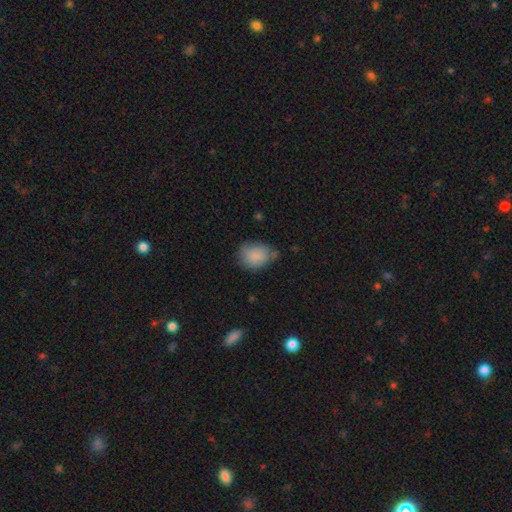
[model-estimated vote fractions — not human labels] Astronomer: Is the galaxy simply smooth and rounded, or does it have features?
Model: smooth — 85%.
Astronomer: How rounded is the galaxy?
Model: in between — 61% (runner-up: round, 37%).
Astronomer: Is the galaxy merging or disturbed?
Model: none — 57%.